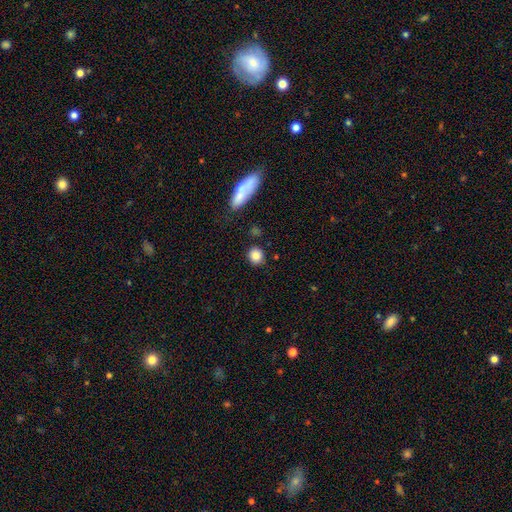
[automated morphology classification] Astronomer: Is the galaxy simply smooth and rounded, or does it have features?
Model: smooth — 84%.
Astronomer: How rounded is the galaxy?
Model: round — 80%.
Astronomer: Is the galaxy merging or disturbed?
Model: none — 84%.